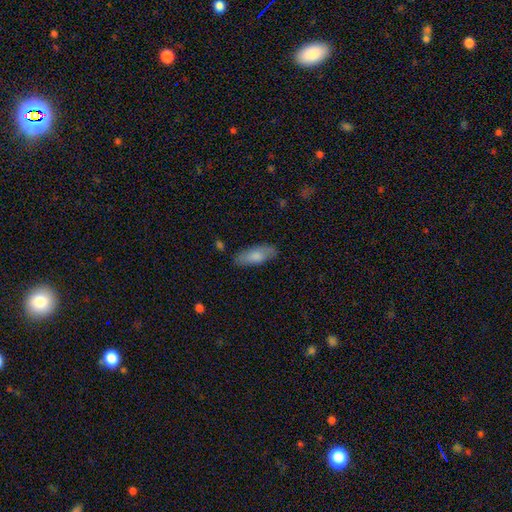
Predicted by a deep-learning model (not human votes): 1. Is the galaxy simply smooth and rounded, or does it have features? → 75% smooth, 19% featured or disk, 6% star or artifact.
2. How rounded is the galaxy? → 72% in between, 26% cigar-shaped, 2% round.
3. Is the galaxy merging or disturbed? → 78% none, 16% minor disturbance, 4% major disturbance, 2% merger.